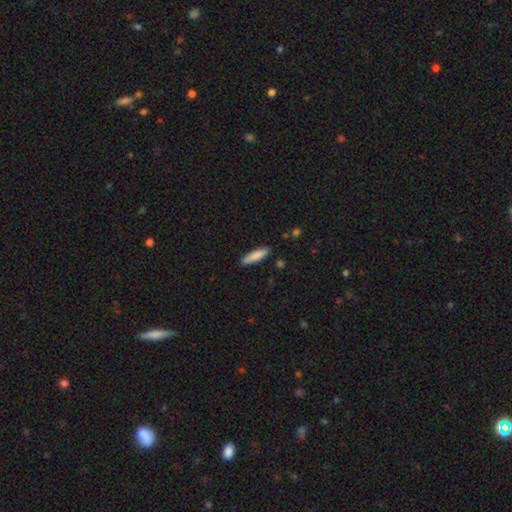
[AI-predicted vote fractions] This is clearly a smooth galaxy (85%). How rounded: likely cigar-shaped (73%). Merging: clearly none (88%).